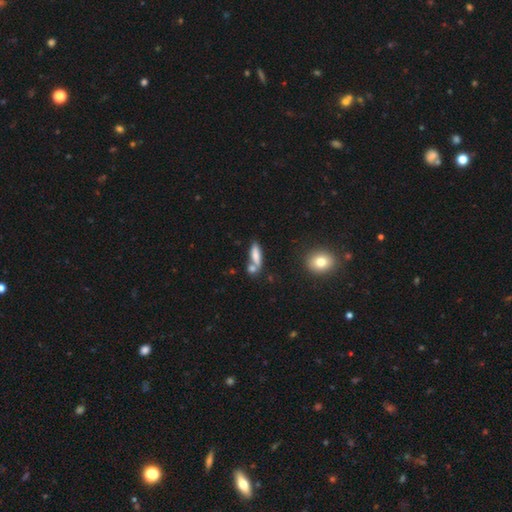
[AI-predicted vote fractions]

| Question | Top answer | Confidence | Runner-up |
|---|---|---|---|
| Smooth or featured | smooth | 74% | featured or disk (17%) |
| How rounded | cigar-shaped | 57% | in between (38%) |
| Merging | none | 50% | merger (31%) |